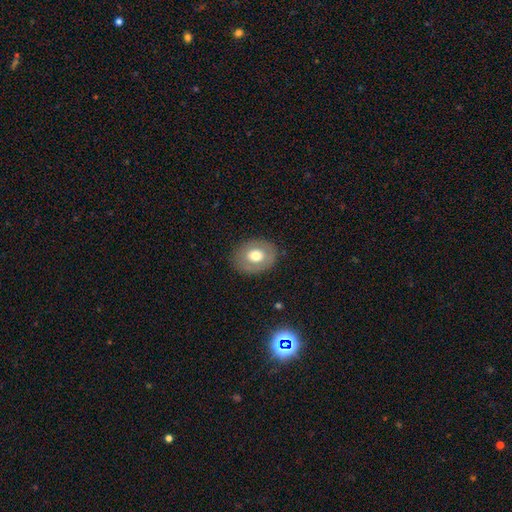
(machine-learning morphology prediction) The model was most divided on "how rounded": in between: 54%, round: 45%, cigar-shaped: 1%. More confident: merging — none (84%); smooth or featured — smooth (62%).